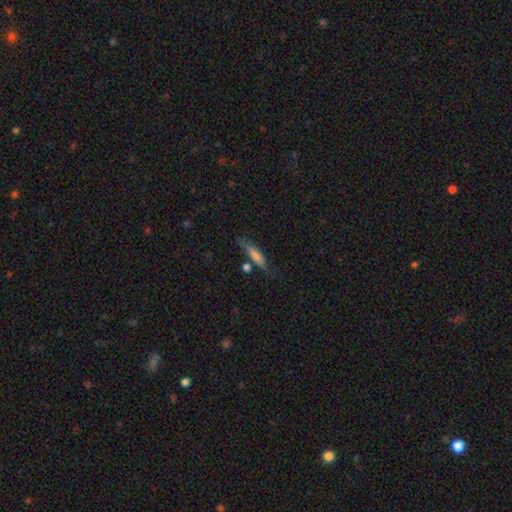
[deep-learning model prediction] Smooth or featured? Predicted: smooth (p=0.55). How rounded? Predicted: cigar-shaped (p=0.88). Merging? Predicted: none (p=0.77).